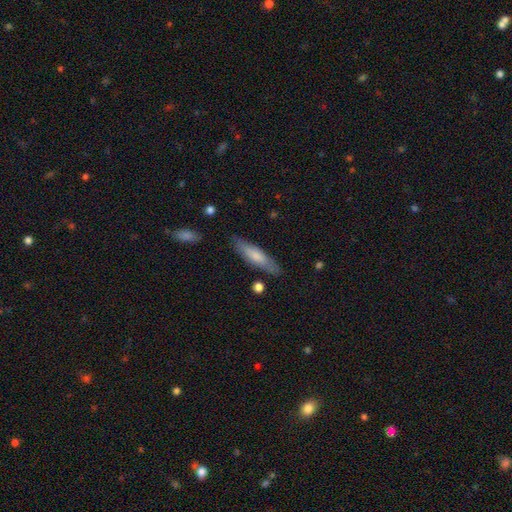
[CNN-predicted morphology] A smooth galaxy with no disk features (68%) that is cigar-shaped (73%). Merging: none (83%).